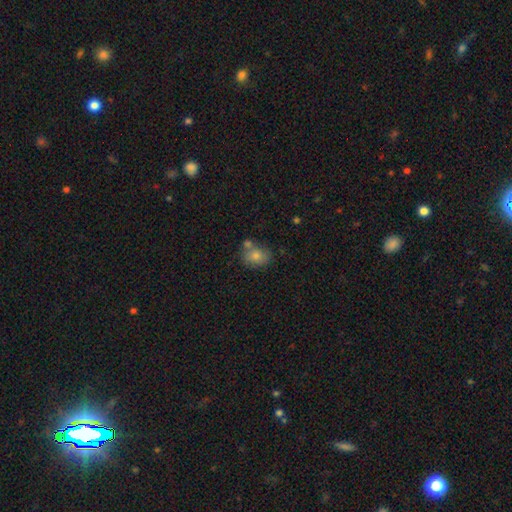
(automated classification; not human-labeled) Smooth or featured? smooth (76%)
How rounded? in between (56%)
Merging? none (59%)